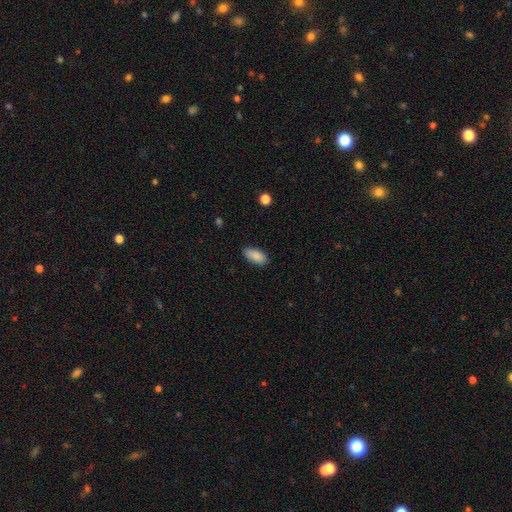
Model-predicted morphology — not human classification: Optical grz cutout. It shows a smooth galaxy with no disk features (89%) that is in between round and cigar-shaped (92%). Merging: none (81%).